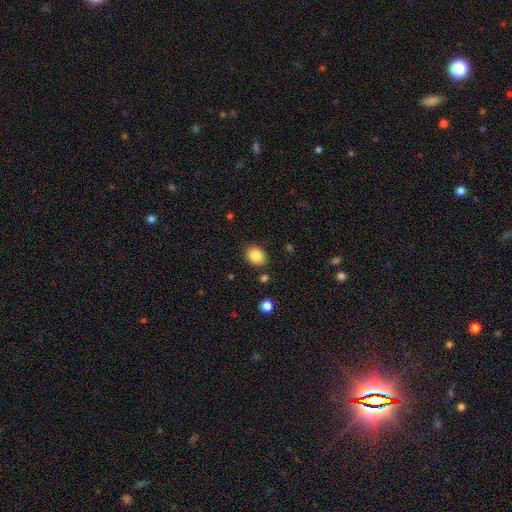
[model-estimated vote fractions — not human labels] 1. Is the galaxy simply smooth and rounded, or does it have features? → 87% smooth, 9% star or artifact, 5% featured or disk.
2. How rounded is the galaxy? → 57% in between, 42% round, 1% cigar-shaped.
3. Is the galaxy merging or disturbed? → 84% none, 10% minor disturbance, 3% merger, 3% major disturbance.